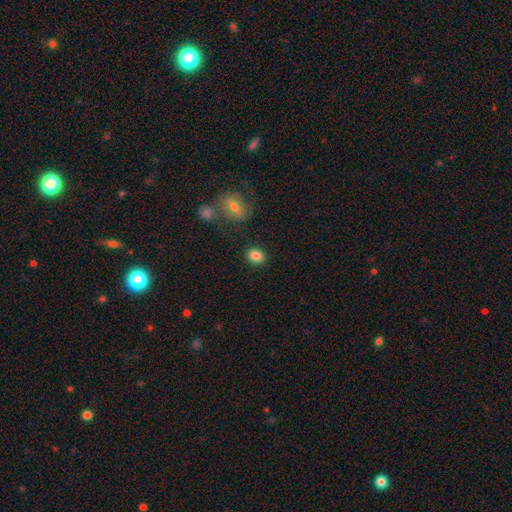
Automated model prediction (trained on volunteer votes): Morphology: type=smooth (85%); roundness=round (65%); merging=none (85%).